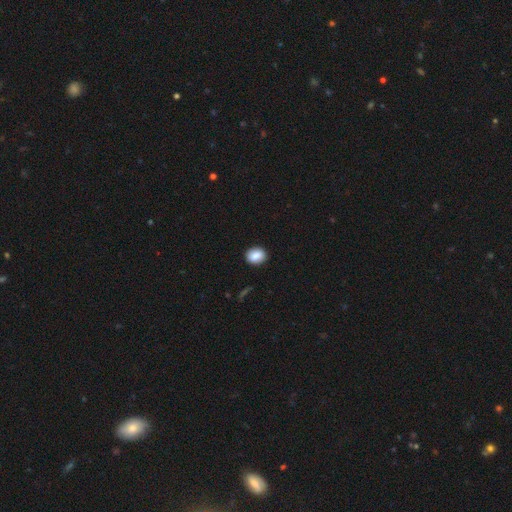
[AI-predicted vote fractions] This is clearly a smooth galaxy (85%). How rounded: possibly in between (52%). Merging: clearly none (89%).